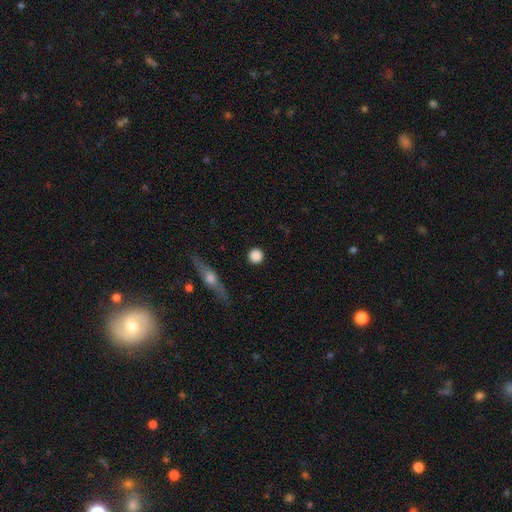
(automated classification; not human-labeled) Smooth or featured?
  - smooth: 85% *
  - star or artifact: 8%
  - featured or disk: 7%
How rounded?
  - round: 94% *
  - in between: 4%
  - cigar-shaped: 2%
Merging?
  - none: 90% *
  - minor disturbance: 6%
  - major disturbance: 2%
  - merger: 2%